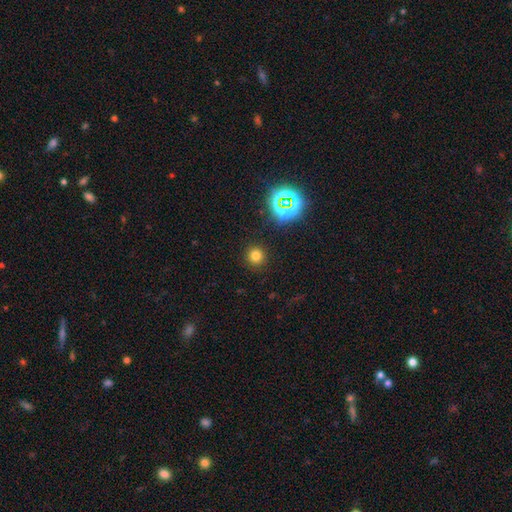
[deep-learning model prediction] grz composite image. It shows a smooth galaxy with no disk features (73%) that is round (94%). Merging: none (90%).